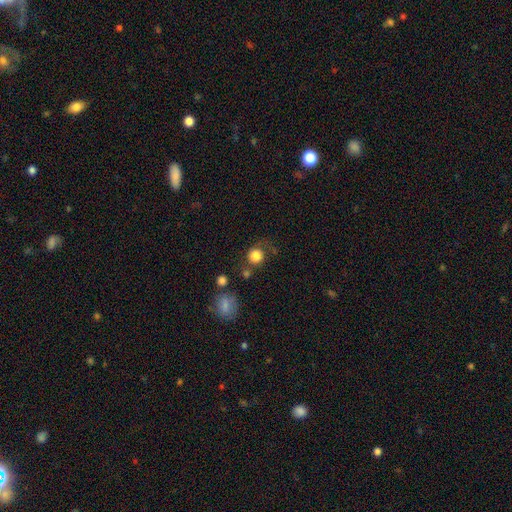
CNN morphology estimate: This is clearly a smooth galaxy (83%). How rounded: clearly round (90%). Merging: likely none (65%).